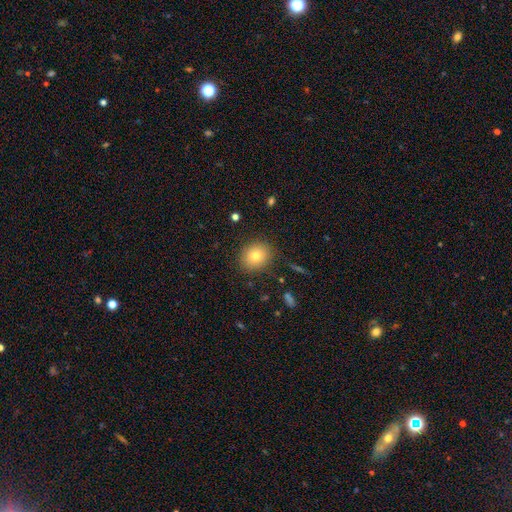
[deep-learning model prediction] A smooth galaxy with no disk features (78%) that is round (71%). Merging: none (87%).